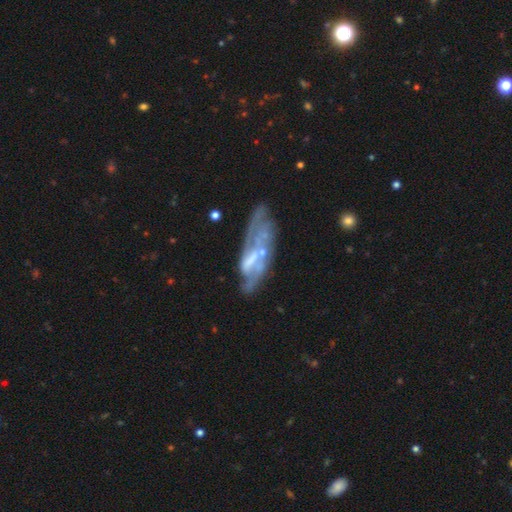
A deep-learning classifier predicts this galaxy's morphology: A featured or disk galaxy (70%) with no bar (43%), spiral arms (60%) and no central bulge (40%).

Vote fractions:
- Smooth or featured? featured or disk: 70% / smooth: 21% / star or artifact: 9%
- Edge-on disk? no: 82% / yes: 18%
- Bar? no: 43% / weak: 35% / strong: 22%
- Spiral arms? yes: 60% / no: 40%
- Bulge size? none: 40% / small: 34% / moderate: 22% / large: 3% / dominant: 1%
- Merging? none: 48% / minor disturbance: 23% / major disturbance: 20% / merger: 9%